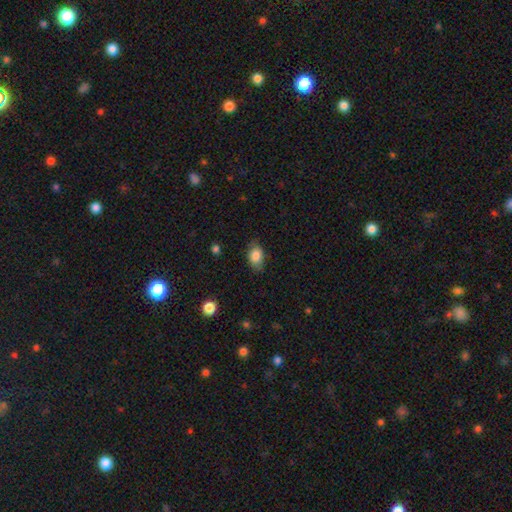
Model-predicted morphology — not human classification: A smooth galaxy with no disk features (85%) that is in between round and cigar-shaped (84%). Merging: none (78%).